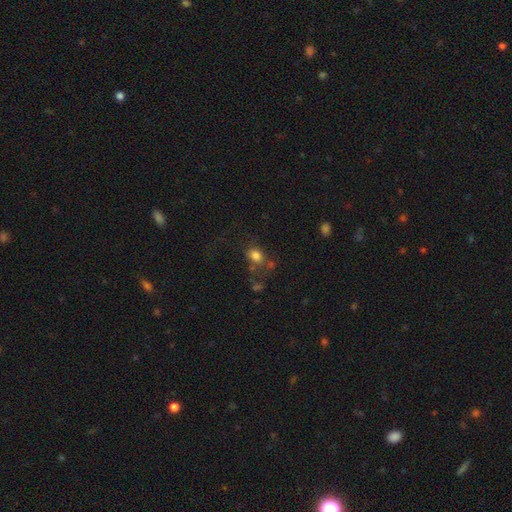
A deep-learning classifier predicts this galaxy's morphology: A smooth galaxy with no disk features (76%) that is round (51%).

Vote fractions:
- Smooth or featured? smooth: 76% / star or artifact: 13% / featured or disk: 11%
- How rounded? round: 51% / in between: 48% / cigar-shaped: 1%
- Merging? none: 52% / minor disturbance: 19% / major disturbance: 17% / merger: 12%